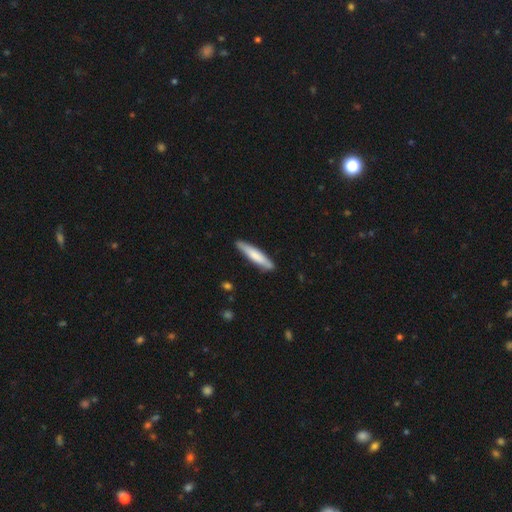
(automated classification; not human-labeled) This appears to be a smooth galaxy with no disk features (73%) that is cigar-shaped (88%). Merging: none (86%).